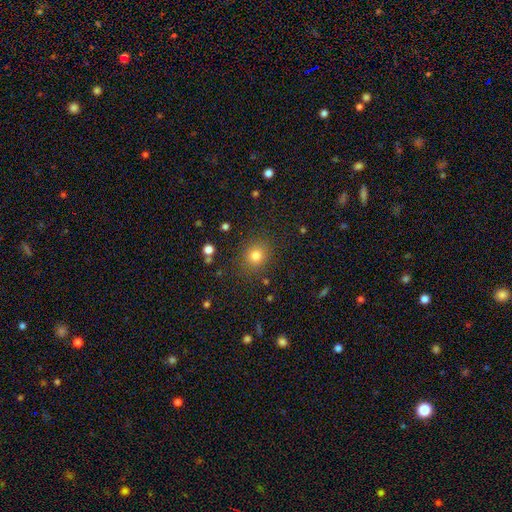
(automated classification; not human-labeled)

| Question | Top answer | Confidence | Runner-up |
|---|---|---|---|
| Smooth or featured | smooth | 80% | star or artifact (14%) |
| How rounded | round | 82% | in between (17%) |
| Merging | none | 86% | minor disturbance (9%) |